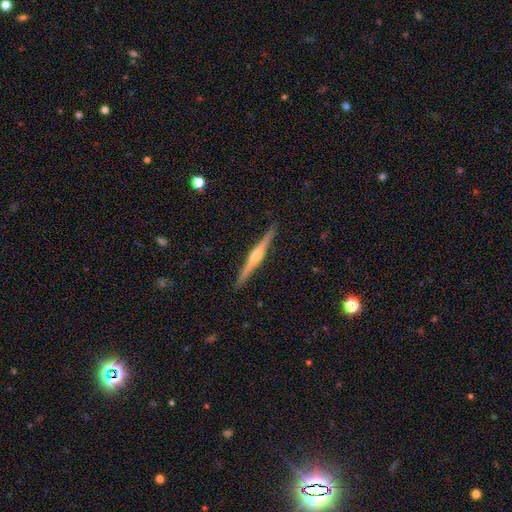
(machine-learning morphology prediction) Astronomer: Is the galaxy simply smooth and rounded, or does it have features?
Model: featured or disk — 79%.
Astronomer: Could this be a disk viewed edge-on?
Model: yes — 98%.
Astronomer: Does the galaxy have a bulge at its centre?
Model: rounded — 82%.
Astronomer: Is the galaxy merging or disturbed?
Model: none — 91%.